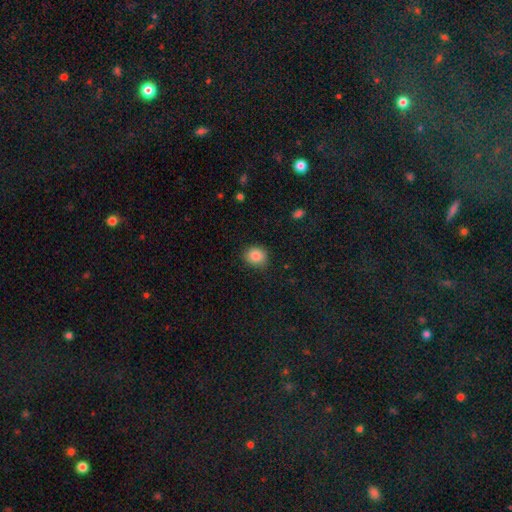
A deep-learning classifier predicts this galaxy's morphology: smooth-or-featured: smooth: 86% | star or artifact: 10% | featured or disk: 5%
  how-rounded: round: 77% | in between: 22% | cigar-shaped: 1%
  merging: none: 84% | minor disturbance: 12% | major disturbance: 3% | merger: 1%